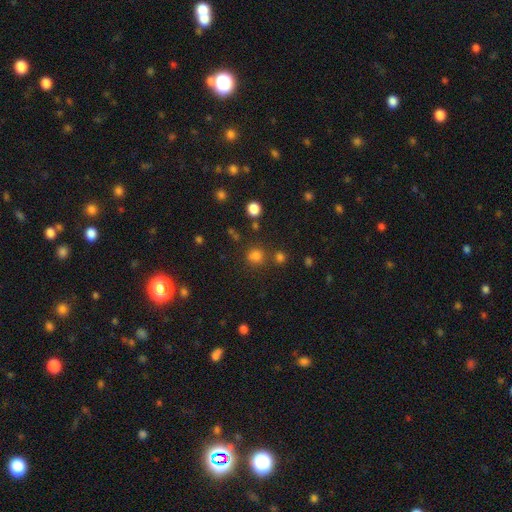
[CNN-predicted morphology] Q: Smooth or featured?
A: smooth (75%); runner-up: star or artifact (20%)
Q: How rounded?
A: round (84%); runner-up: in between (15%)
Q: Merging?
A: none (73%); runner-up: merger (12%)